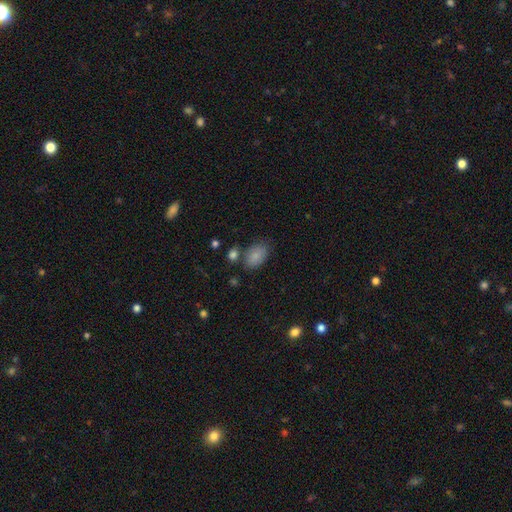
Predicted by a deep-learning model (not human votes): This is clearly a smooth galaxy (85%). How rounded: clearly in between (88%). Merging: likely none (66%).